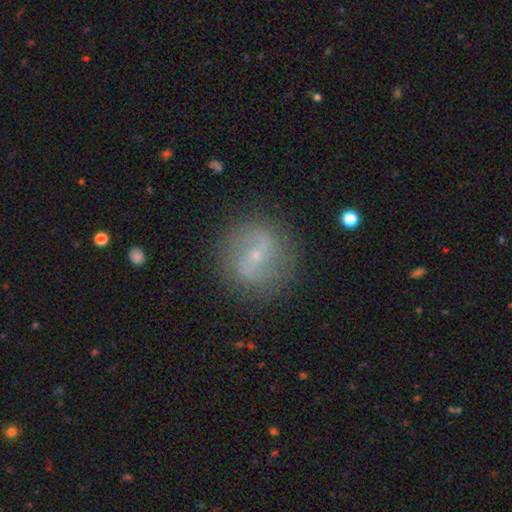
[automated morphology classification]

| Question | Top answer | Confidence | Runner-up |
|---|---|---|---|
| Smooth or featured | featured or disk | 69% | smooth (22%) |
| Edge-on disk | no | 95% | yes (5%) |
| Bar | weak | 41% | no (34%) |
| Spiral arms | yes | 74% | no (26%) |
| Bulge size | small | 79% | moderate (17%) |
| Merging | none | 83% | minor disturbance (11%) |